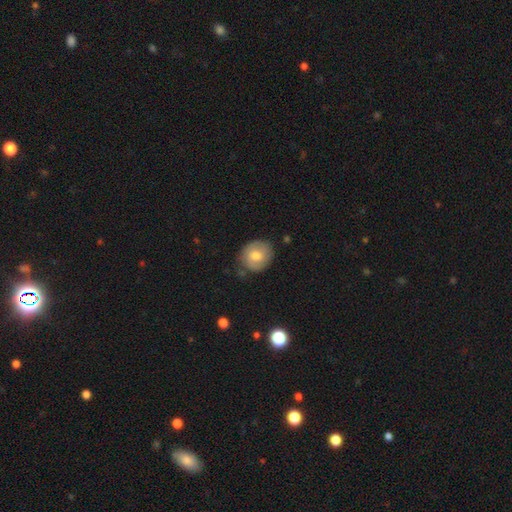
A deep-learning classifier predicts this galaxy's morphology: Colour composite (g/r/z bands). It shows a smooth galaxy with no disk features (63%) that is round (72%). Merging: none (76%).